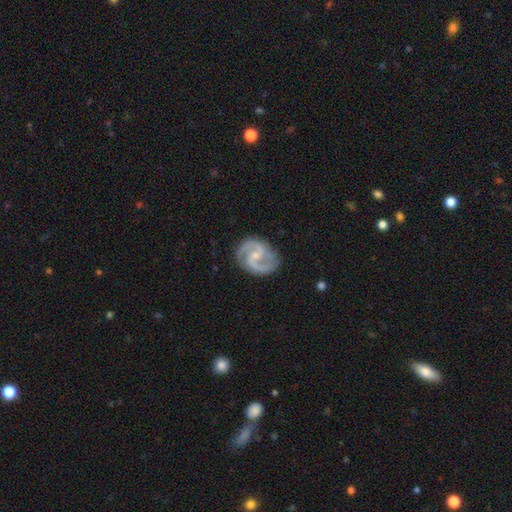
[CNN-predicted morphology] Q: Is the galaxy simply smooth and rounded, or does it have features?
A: featured or disk — 92%.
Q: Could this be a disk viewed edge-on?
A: no — 98%.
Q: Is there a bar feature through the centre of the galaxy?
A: weak — 48%.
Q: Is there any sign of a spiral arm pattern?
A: yes — 98%.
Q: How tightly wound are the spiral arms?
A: medium — 63%.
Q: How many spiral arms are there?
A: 2 — 93%.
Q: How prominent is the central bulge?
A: small — 63%.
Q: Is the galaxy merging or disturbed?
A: none — 81%.